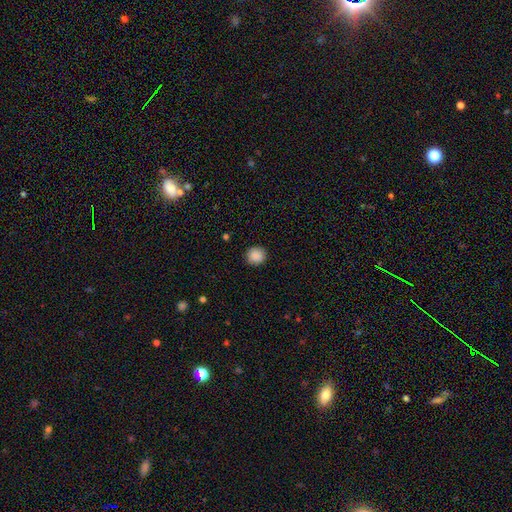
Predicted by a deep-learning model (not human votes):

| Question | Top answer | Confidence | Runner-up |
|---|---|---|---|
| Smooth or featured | smooth | 89% | star or artifact (9%) |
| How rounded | round | 91% | in between (8%) |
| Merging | none | 91% | minor disturbance (6%) |